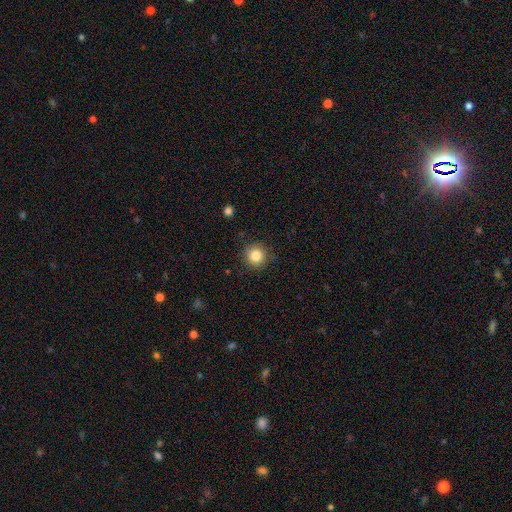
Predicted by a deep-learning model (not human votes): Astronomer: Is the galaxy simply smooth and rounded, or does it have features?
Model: smooth — 83%.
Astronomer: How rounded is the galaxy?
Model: round — 93%.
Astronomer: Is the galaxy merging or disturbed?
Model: none — 88%.